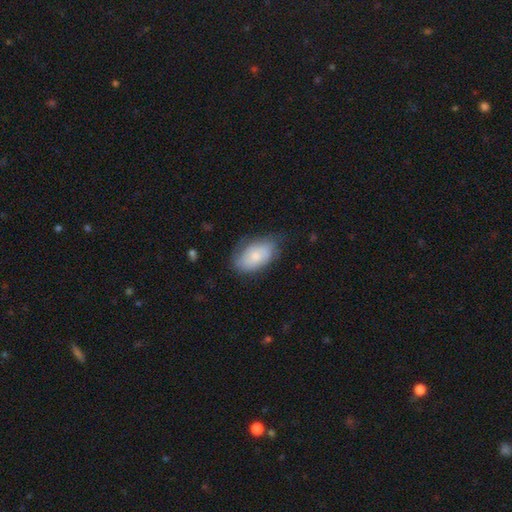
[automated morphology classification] The model was most divided on "merging": none: 64%, minor disturbance: 28%, major disturbance: 7%, merger: 1%. More confident: how rounded — in between (93%); smooth or featured — smooth (72%).